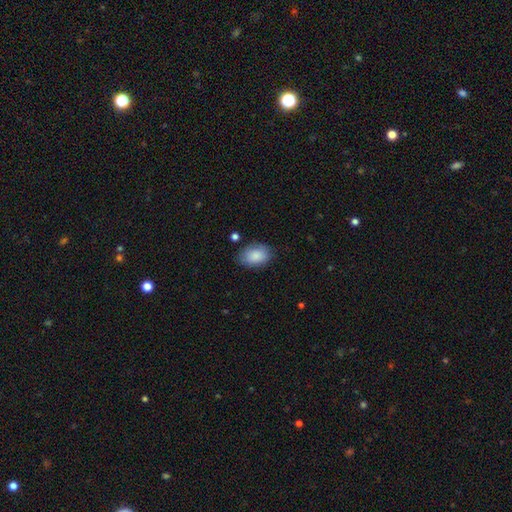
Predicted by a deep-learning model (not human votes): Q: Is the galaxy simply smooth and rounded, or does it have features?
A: smooth — 86%.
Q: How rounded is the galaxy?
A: in between — 87%.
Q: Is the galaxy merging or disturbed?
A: none — 79%.